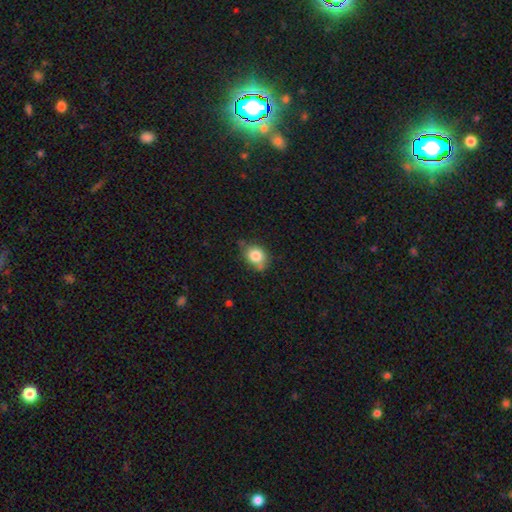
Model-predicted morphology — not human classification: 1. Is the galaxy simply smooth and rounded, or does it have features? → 82% smooth, 10% star or artifact, 8% featured or disk.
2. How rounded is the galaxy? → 56% round, 43% in between, 1% cigar-shaped.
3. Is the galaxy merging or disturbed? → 62% none, 27% minor disturbance, 6% merger, 5% major disturbance.